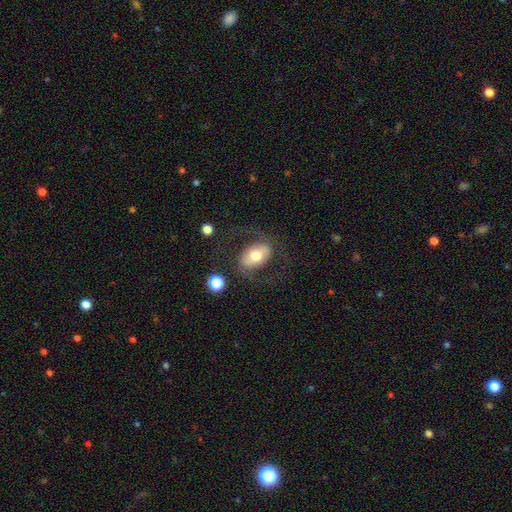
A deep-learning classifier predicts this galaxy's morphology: The model was most divided on "smooth or featured": featured or disk: 52%, smooth: 41%, star or artifact: 7%. More confident: edge-on disk — no (92%); merging — none (65%).